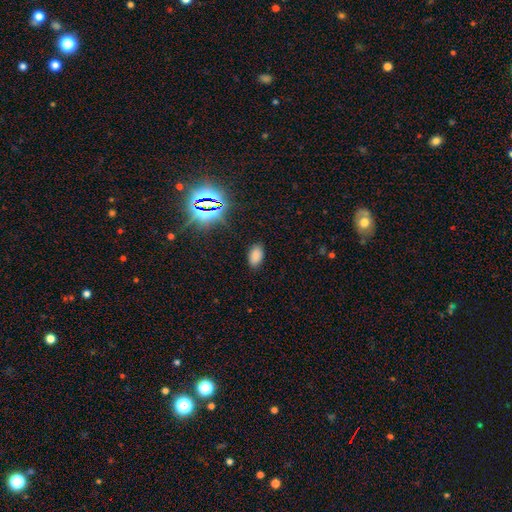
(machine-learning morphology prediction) smooth_or_featured: smooth (p=0.77) [alt: star or artifact p=0.19]
how_rounded: in between (p=0.93) [alt: round p=0.05]
merging: none (p=0.85) [alt: minor disturbance p=0.10]